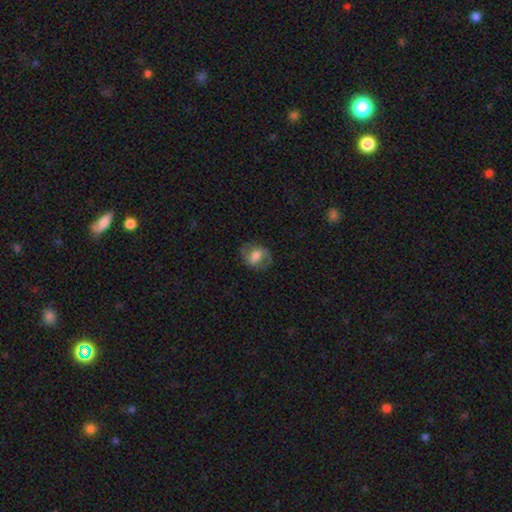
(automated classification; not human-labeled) Smooth or featured? smooth (50%)
Merging? none (71%)